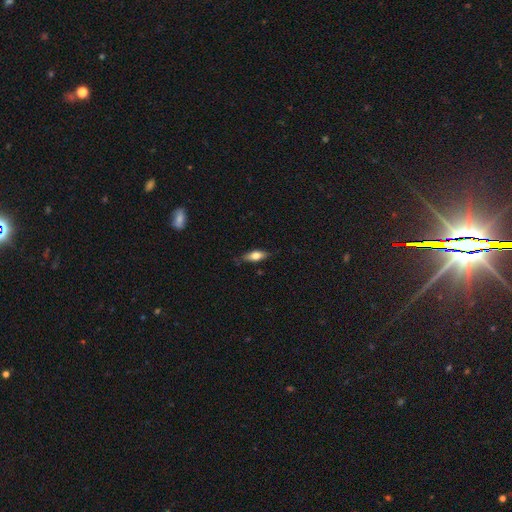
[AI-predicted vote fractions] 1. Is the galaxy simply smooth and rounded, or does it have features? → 65% smooth, 28% featured or disk, 7% star or artifact.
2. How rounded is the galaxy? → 68% in between, 28% cigar-shaped, 3% round.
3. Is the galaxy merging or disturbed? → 77% none, 18% minor disturbance, 4% major disturbance, 1% merger.